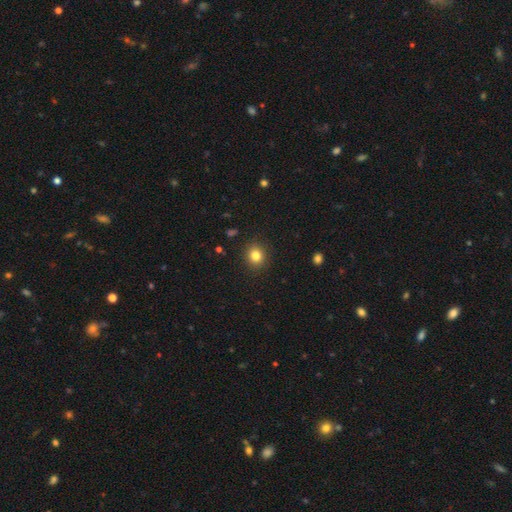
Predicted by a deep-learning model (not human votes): This is clearly a smooth galaxy (82%). How rounded: clearly round (83%). Merging: clearly none (91%).